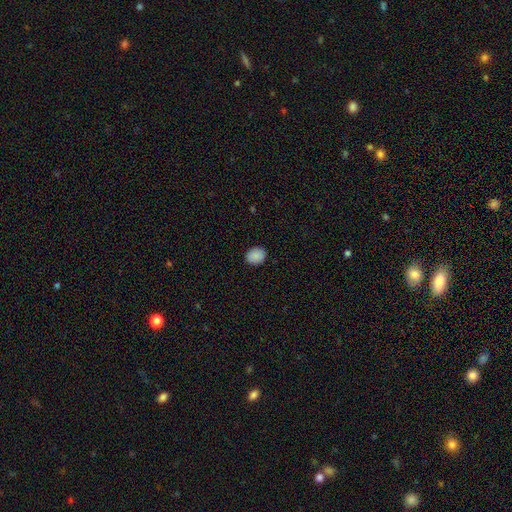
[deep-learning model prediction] Overall: smooth (89%). How rounded: round (55%; in between 45%). Merging: none (90%).